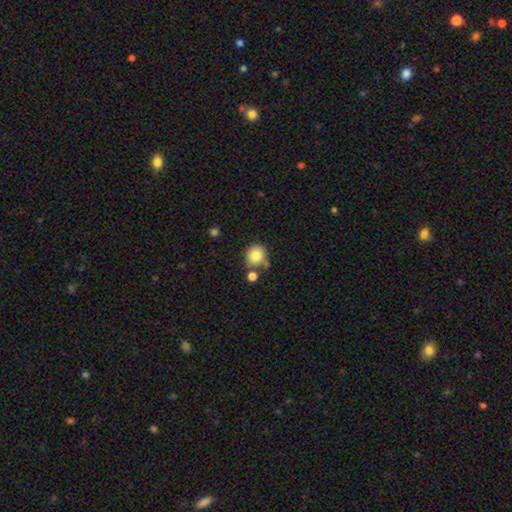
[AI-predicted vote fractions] Smooth or featured: smooth — 83% (star or artifact — 10%)
How rounded: round — 84% (in between — 15%)
Merging: none — 66% (merger — 16%)